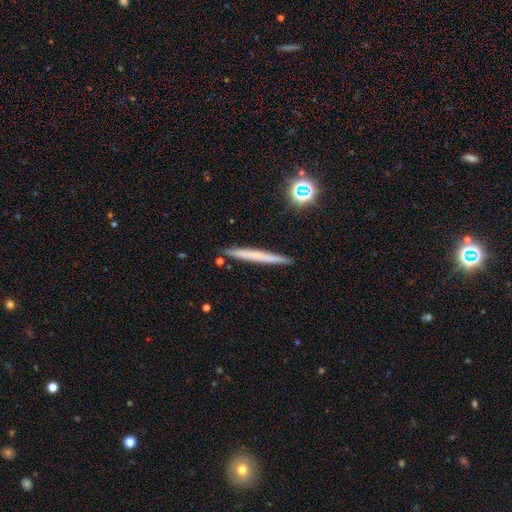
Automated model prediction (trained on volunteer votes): The model was most divided on "smooth or featured": smooth: 56%, featured or disk: 36%, star or artifact: 8%. More confident: how rounded — cigar-shaped (97%); merging — none (90%).